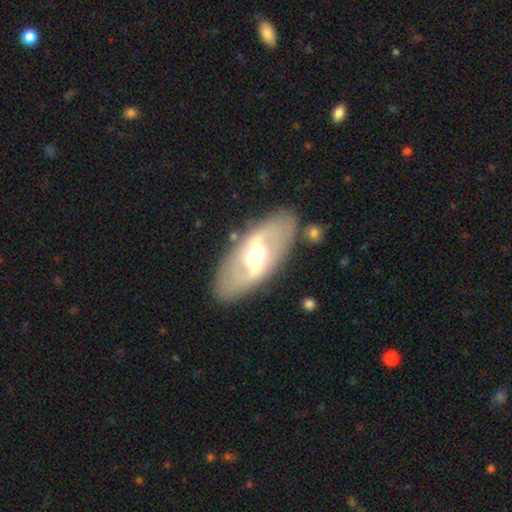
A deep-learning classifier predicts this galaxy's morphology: Smooth or featured?
  - featured or disk: 67% *
  - smooth: 28%
  - star or artifact: 5%
Edge-on disk?
  - no: 86% *
  - yes: 14%
Bar?
  - weak: 42% *
  - strong: 37%
  - no: 21%
Spiral arms?
  - no: 52% *
  - yes: 48%
Bulge size?
  - moderate: 67% *
  - large: 22%
  - small: 8%
  - dominant: 2%
  - none: 1%
Merging?
  - none: 83% *
  - minor disturbance: 10%
  - major disturbance: 4%
  - merger: 3%